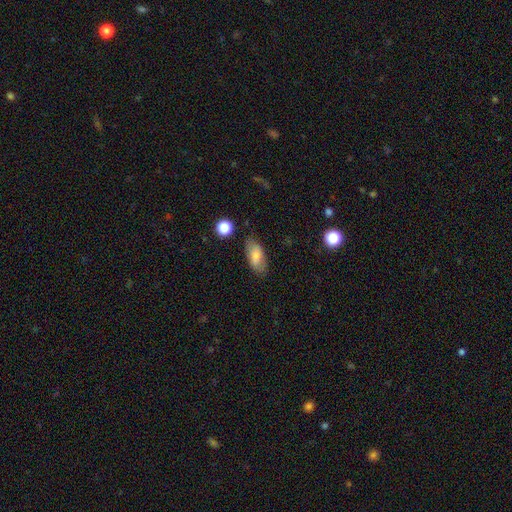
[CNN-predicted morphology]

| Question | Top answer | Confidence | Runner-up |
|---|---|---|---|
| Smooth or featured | smooth | 77% | featured or disk (15%) |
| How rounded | in between | 87% | cigar-shaped (9%) |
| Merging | none | 76% | minor disturbance (17%) |